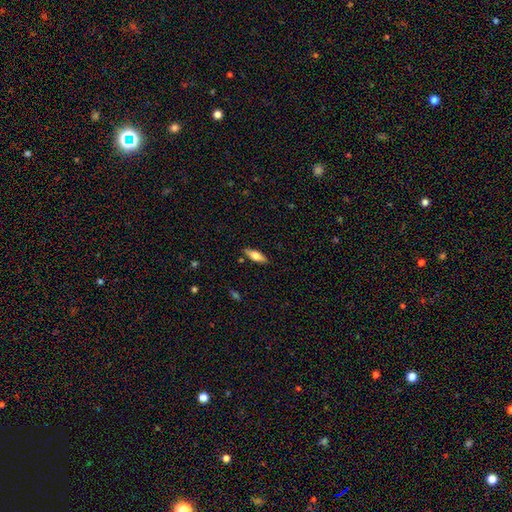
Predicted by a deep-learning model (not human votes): This is likely a smooth galaxy (62%). How rounded: possibly in between (57%). Merging: clearly none (86%).